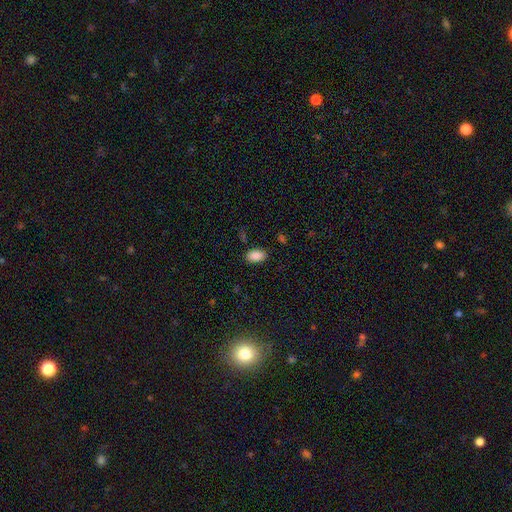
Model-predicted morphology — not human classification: Smooth or featured?
  - smooth: 88% *
  - star or artifact: 8%
  - featured or disk: 4%
How rounded?
  - in between: 92% *
  - round: 6%
  - cigar-shaped: 2%
Merging?
  - none: 85% *
  - minor disturbance: 10%
  - major disturbance: 3%
  - merger: 2%